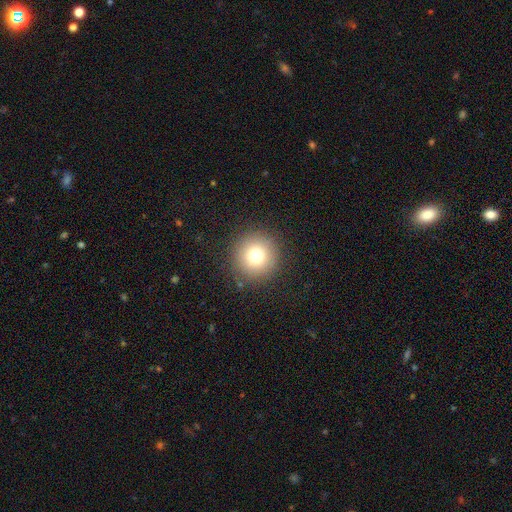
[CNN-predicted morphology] smooth-or-featured: smooth: 78% | star or artifact: 12% | featured or disk: 10%
  how-rounded: round: 95% | in between: 4% | cigar-shaped: 1%
  merging: none: 89% | minor disturbance: 7% | major disturbance: 3% | merger: 1%